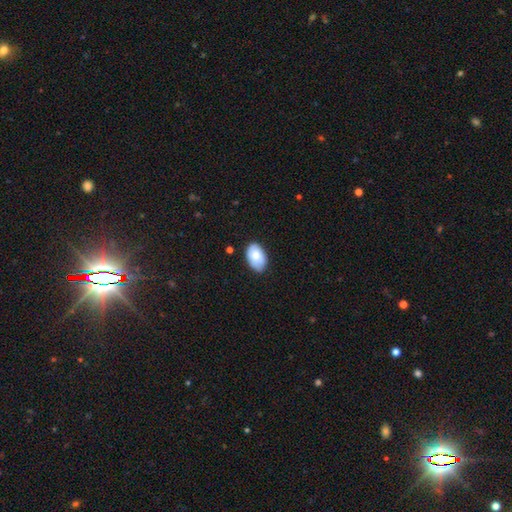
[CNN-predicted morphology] Smooth or featured: smooth — 77% (featured or disk — 17%)
How rounded: in between — 91% (round — 8%)
Merging: none — 73% (minor disturbance — 23%)